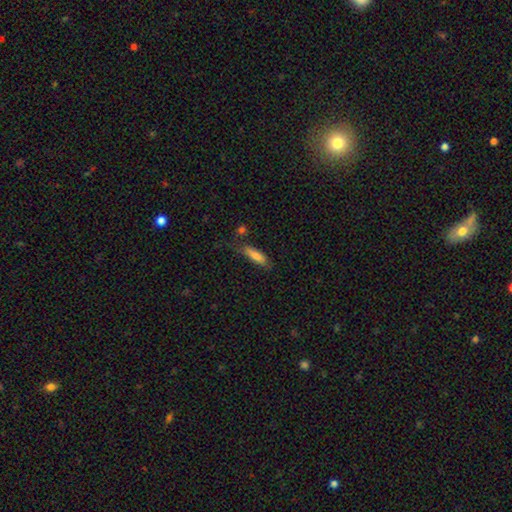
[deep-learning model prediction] Overall: smooth (79%). How rounded: cigar-shaped (60%; in between 38%). Merging: none (65%).